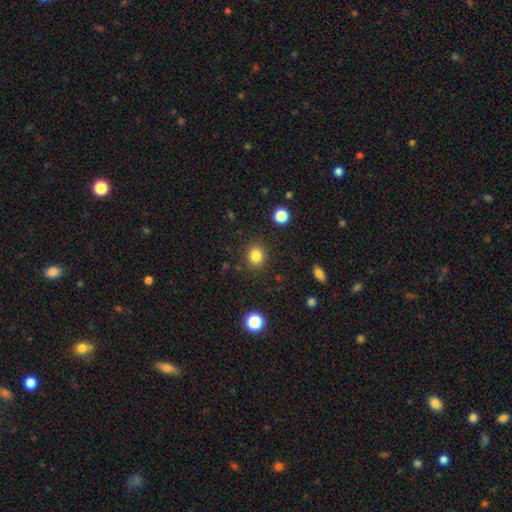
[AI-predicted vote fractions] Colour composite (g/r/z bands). It shows a smooth galaxy with no disk features (83%) that is round (76%). Merging: none (88%).